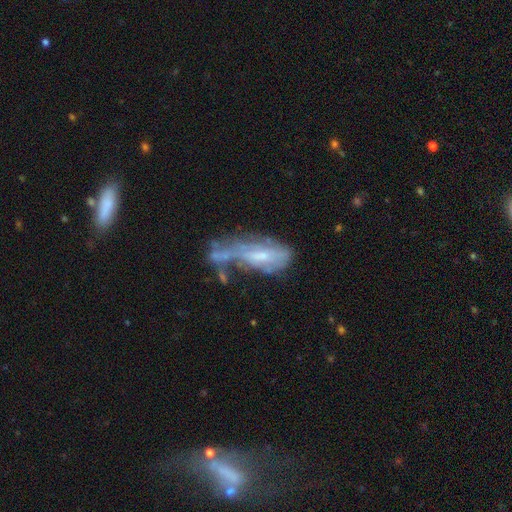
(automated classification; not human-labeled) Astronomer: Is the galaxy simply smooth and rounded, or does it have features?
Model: featured or disk — 52% (runner-up: smooth, 37%).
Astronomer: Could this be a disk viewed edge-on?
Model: no — 79%.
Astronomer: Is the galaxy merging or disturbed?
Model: major disturbance — 32% (runner-up: merger, 24%).